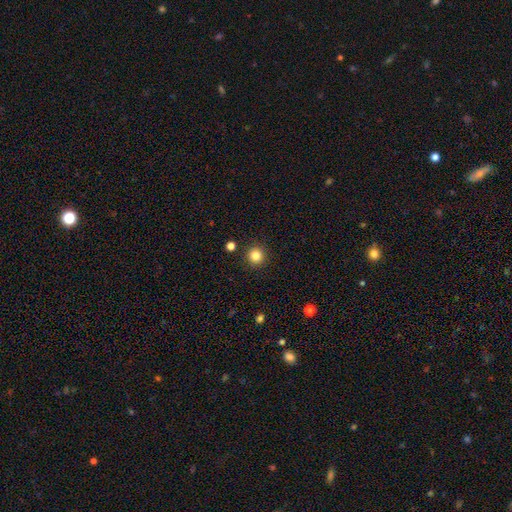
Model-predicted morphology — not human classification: Smooth or featured? smooth (84%)
How rounded? round (94%)
Merging? none (91%)